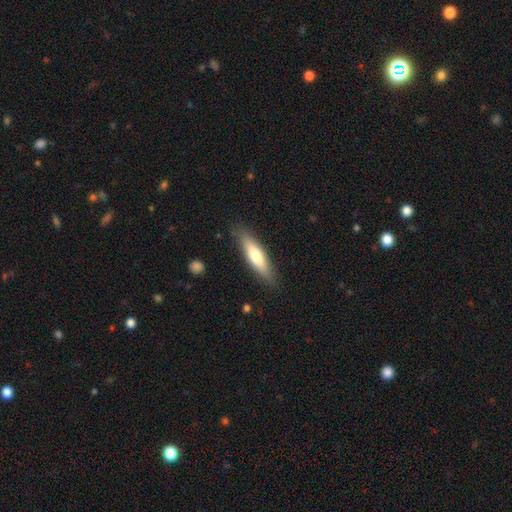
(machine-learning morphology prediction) Overall: smooth (67%; featured or disk 28%). How rounded: cigar-shaped (69%; in between 30%). Merging: none (84%).